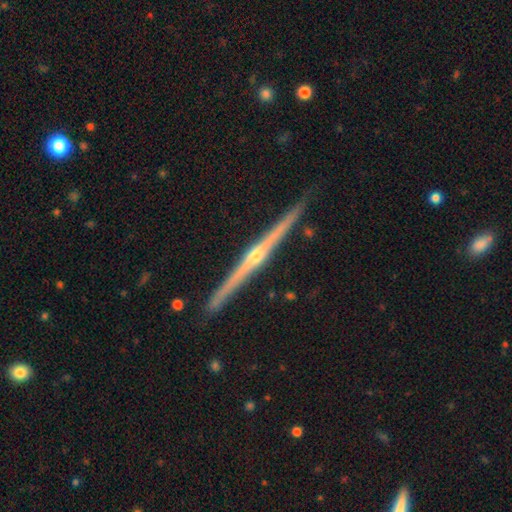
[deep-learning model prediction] Overall: featured or disk (88%). Edge-on disk: yes (99%). Edge-on bulge: rounded (88%). Merging: none (91%).